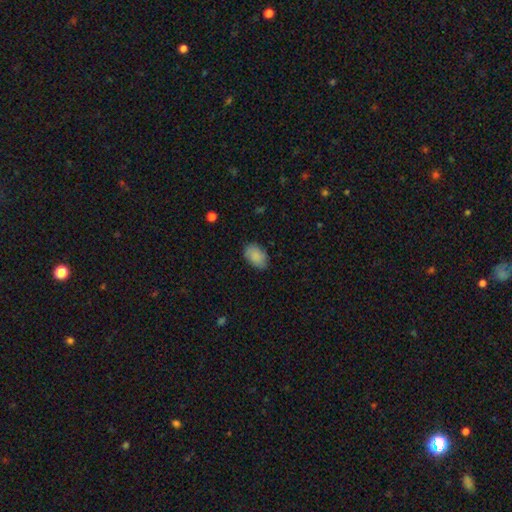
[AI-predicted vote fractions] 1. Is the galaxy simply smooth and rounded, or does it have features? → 85% smooth, 8% featured or disk, 7% star or artifact.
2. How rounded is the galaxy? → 88% in between, 11% round, 1% cigar-shaped.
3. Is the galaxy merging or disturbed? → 79% none, 17% minor disturbance, 3% major disturbance, 1% merger.